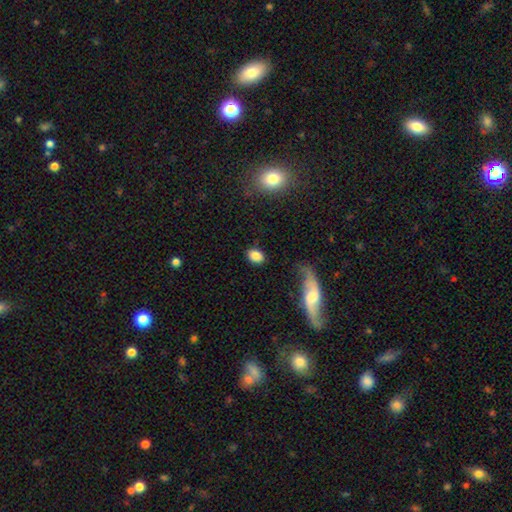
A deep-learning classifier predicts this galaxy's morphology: Smooth or featured? smooth (85%)
How rounded? in between (69%)
Merging? none (82%)